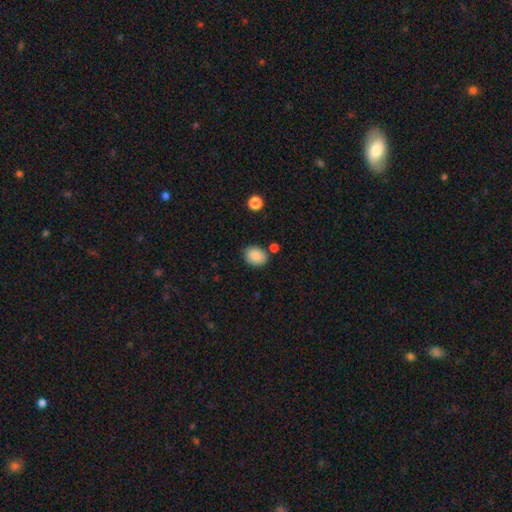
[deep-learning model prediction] Overall: smooth (88%). How rounded: in between (65%; round 34%). Merging: none (78%).